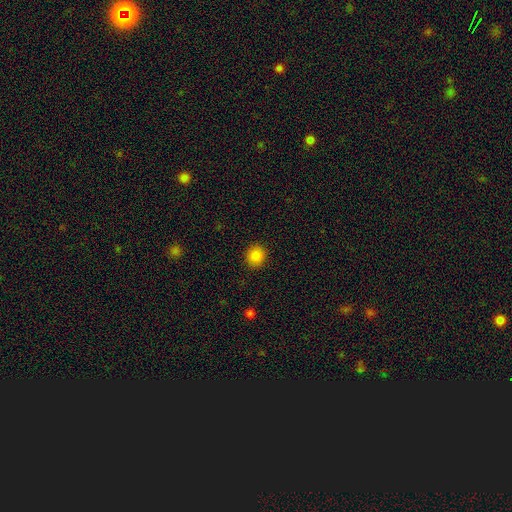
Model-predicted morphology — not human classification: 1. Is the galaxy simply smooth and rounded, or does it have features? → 84% smooth, 11% star or artifact, 5% featured or disk.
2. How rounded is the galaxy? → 84% round, 15% in between, 1% cigar-shaped.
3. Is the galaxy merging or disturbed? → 91% none, 6% minor disturbance, 2% major disturbance, 1% merger.